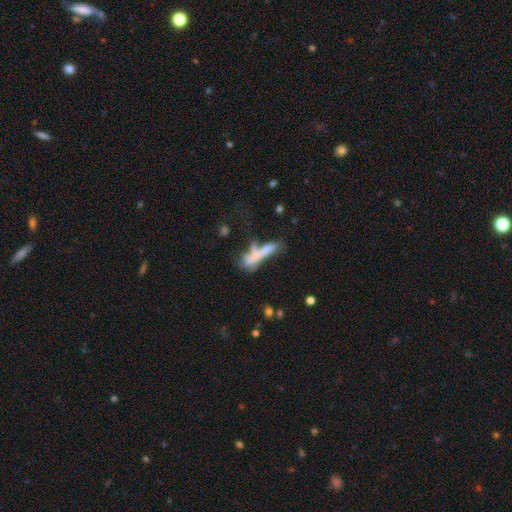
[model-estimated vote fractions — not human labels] smooth 64%, featured or disk 25%, star or artifact 10%. Down the decision tree: how rounded — cigar-shaped (77%); merging — merger (38%).